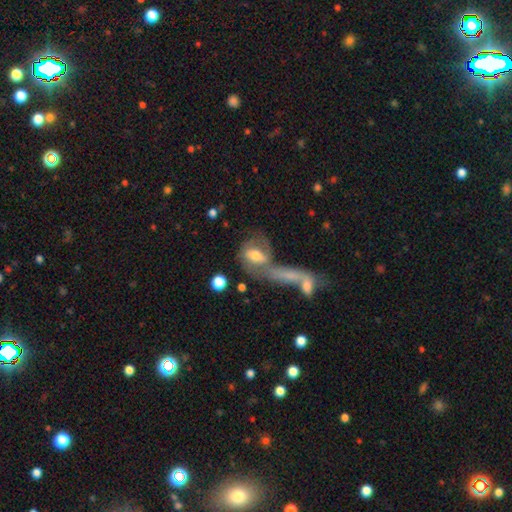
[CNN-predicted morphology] Smooth or featured?
  - smooth: 47% *
  - featured or disk: 43%
  - star or artifact: 10%
Merging?
  - merger: 51% *
  - none: 24%
  - major disturbance: 14%
  - minor disturbance: 11%